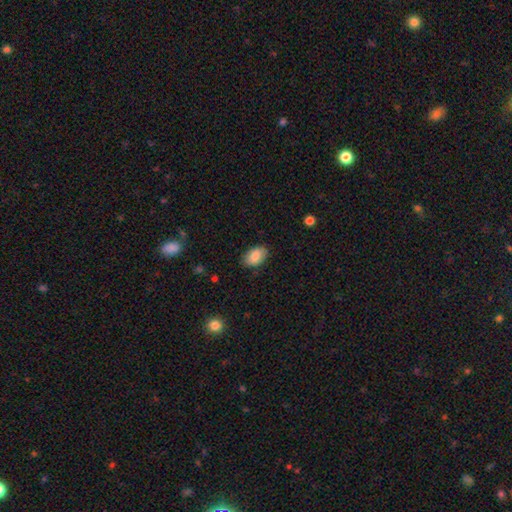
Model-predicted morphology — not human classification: Smooth or featured: smooth — 85% (featured or disk — 8%)
How rounded: in between — 91% (round — 8%)
Merging: none — 83% (minor disturbance — 13%)